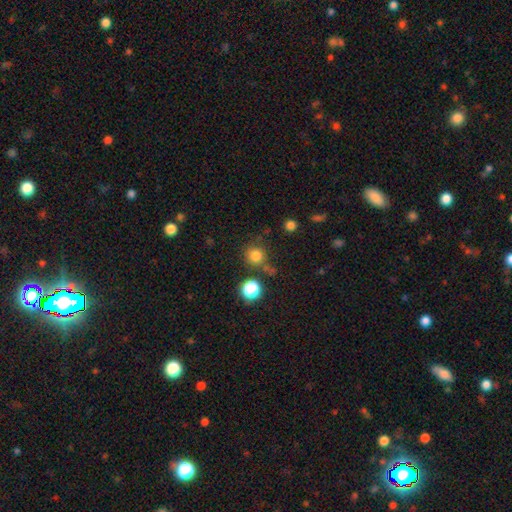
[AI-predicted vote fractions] This is likely a smooth galaxy (79%). How rounded: clearly round (93%). Merging: likely none (75%).